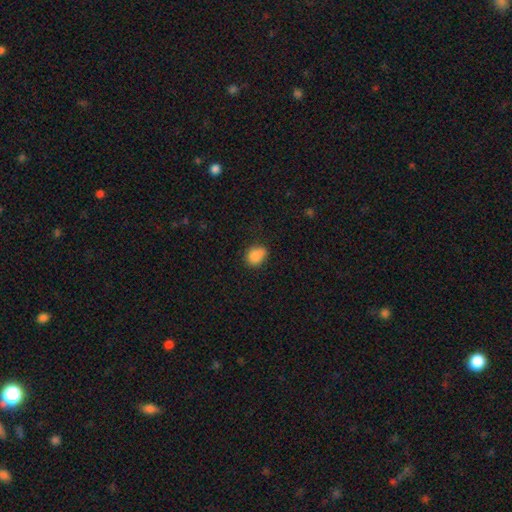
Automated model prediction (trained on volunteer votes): Smooth or featured? Predicted: smooth (p=0.84). How rounded? Predicted: in between (p=0.62). Merging? Predicted: none (p=0.62).